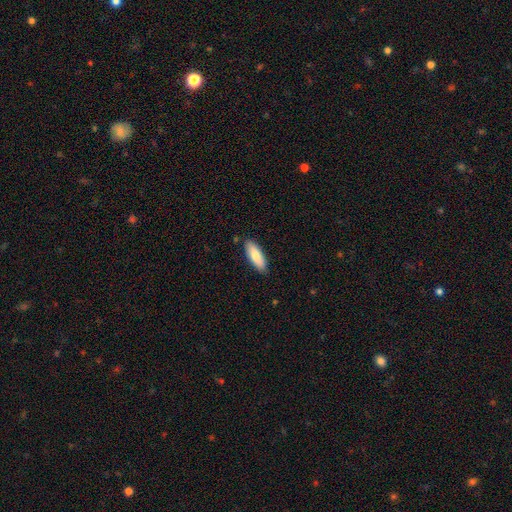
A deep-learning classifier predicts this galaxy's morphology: A smooth galaxy with no disk features (82%) that is in between round and cigar-shaped (62%). Merging: none (87%).